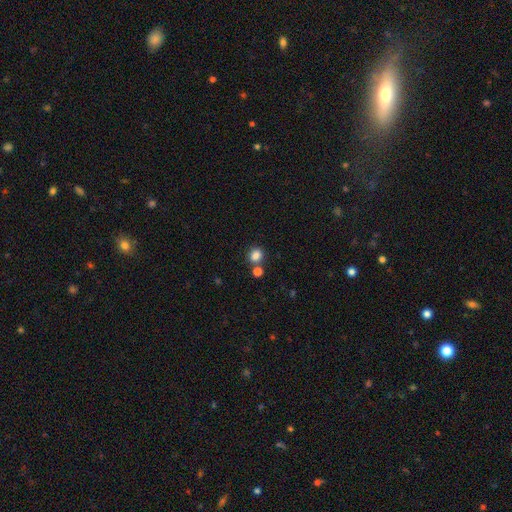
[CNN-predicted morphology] smooth-or-featured: smooth: 84% | star or artifact: 12% | featured or disk: 5%
  how-rounded: round: 70% | in between: 29% | cigar-shaped: 1%
  merging: none: 68% | merger: 20% | minor disturbance: 9% | major disturbance: 3%